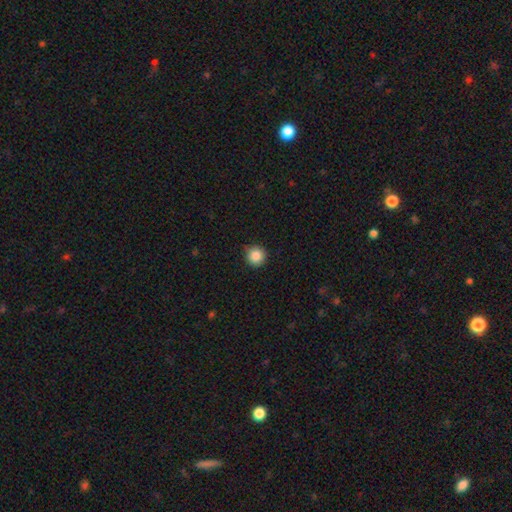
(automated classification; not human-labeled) This is clearly a smooth galaxy (86%). How rounded: clearly round (95%). Merging: clearly none (87%).